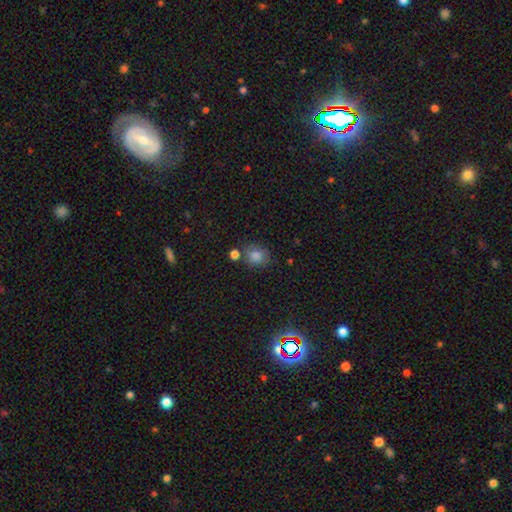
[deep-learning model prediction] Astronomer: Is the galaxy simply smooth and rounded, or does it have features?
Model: smooth — 80%.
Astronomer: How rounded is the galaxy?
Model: round — 71%.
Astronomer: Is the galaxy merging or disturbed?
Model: none — 69%.